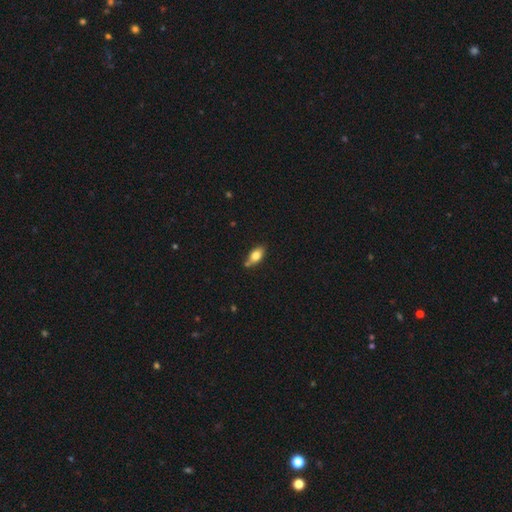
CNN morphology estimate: A smooth galaxy with no disk features (77%) that is in between round and cigar-shaped (87%).

Vote fractions:
- Smooth or featured? smooth: 77% / featured or disk: 15% / star or artifact: 8%
- How rounded? in between: 87% / cigar-shaped: 8% / round: 5%
- Merging? none: 68% / minor disturbance: 20% / merger: 9% / major disturbance: 4%